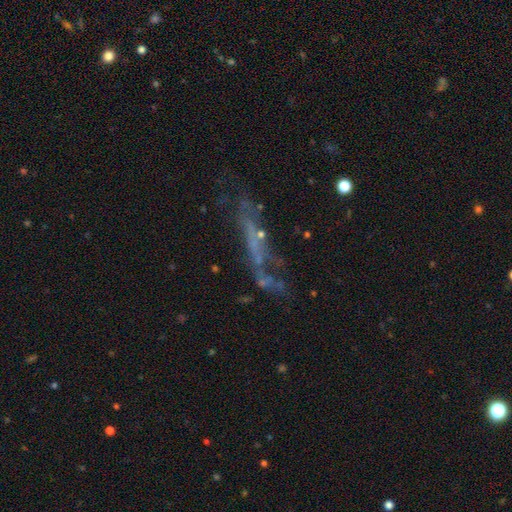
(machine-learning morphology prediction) Smooth or featured? featured or disk (51%)
Edge-on disk? no (58%)
Merging? none (49%)